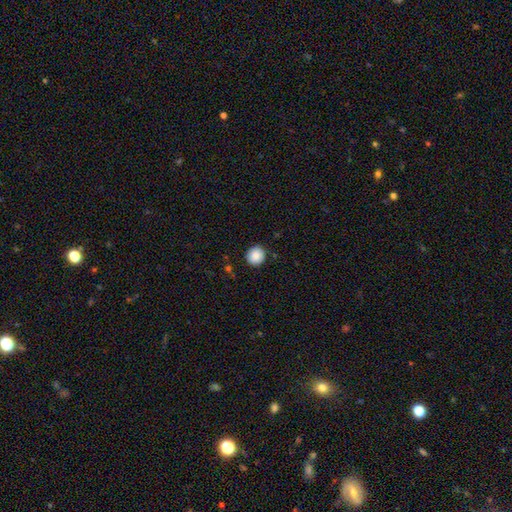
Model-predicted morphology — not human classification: A smooth galaxy with no disk features (88%) that is round (89%). Merging: none (90%).